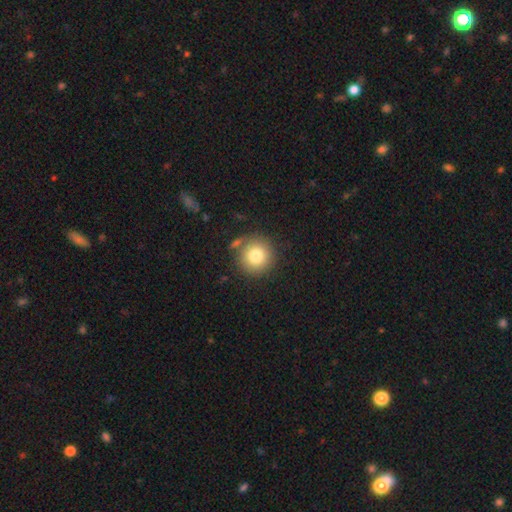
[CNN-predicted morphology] Smooth or featured? smooth (79%)
How rounded? round (95%)
Merging? none (81%)